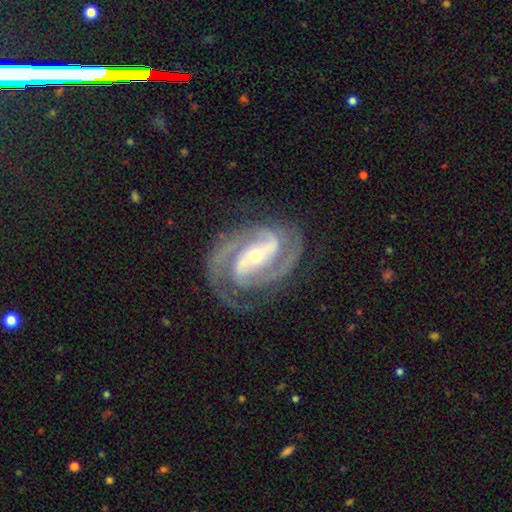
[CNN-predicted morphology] type=featured or disk (93%); edge-on=no (97%); bar=strong (63%); spiral arms=yes (98%); winding=tight (51%); arm count=2 (82%); bulge=small (58%); merging=none (78%).